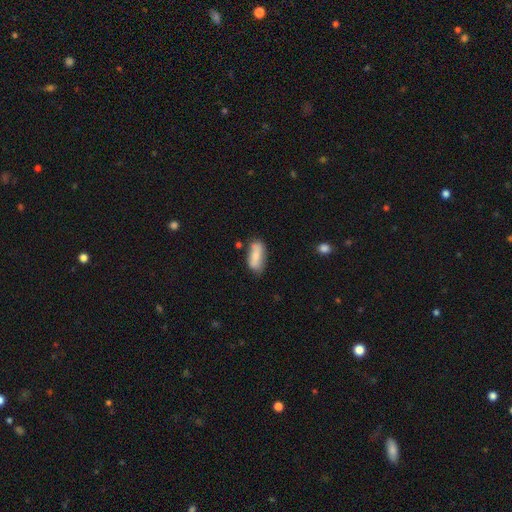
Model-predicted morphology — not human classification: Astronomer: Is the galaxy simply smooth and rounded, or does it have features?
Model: smooth — 71%.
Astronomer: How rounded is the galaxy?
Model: in between — 81%.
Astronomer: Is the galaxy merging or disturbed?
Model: none — 67%.